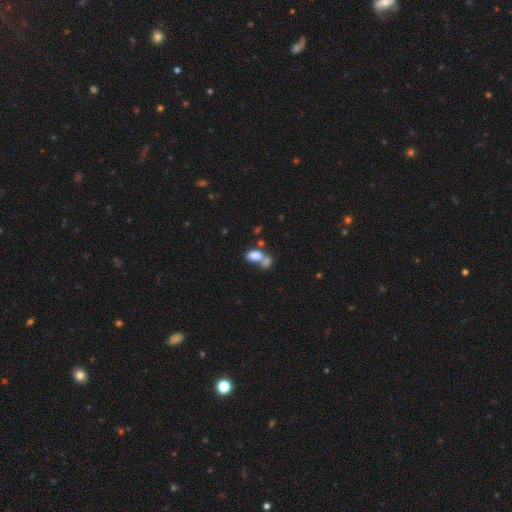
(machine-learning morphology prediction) A smooth galaxy with no disk features (80%) that is in between round and cigar-shaped (89%).

Vote fractions:
- Smooth or featured? smooth: 80% / featured or disk: 10% / star or artifact: 9%
- How rounded? in between: 89% / round: 9% / cigar-shaped: 2%
- Merging? merger: 60% / none: 26% / minor disturbance: 8% / major disturbance: 6%